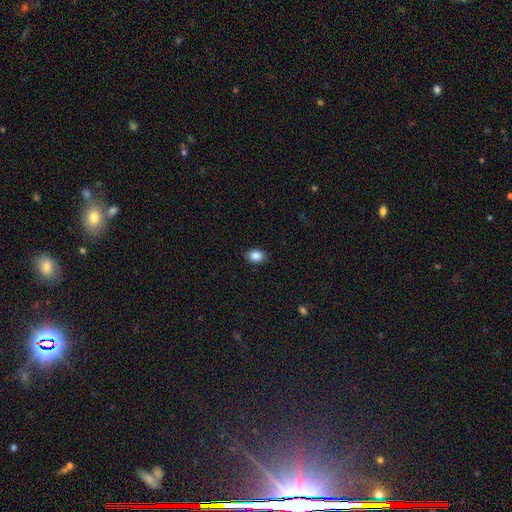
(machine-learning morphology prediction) Overall: smooth (86%). How rounded: in between (64%; round 35%). Merging: none (88%).